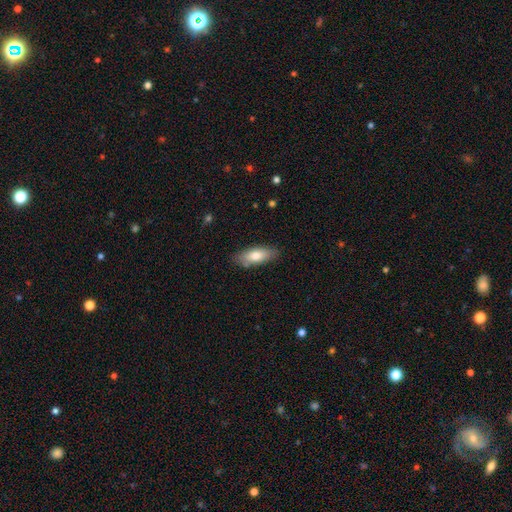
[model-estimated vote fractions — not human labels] Smooth or featured?
  - smooth: 76% *
  - featured or disk: 17%
  - star or artifact: 6%
How rounded?
  - in between: 77% *
  - cigar-shaped: 21%
  - round: 2%
Merging?
  - none: 83% *
  - minor disturbance: 13%
  - major disturbance: 3%
  - merger: 2%